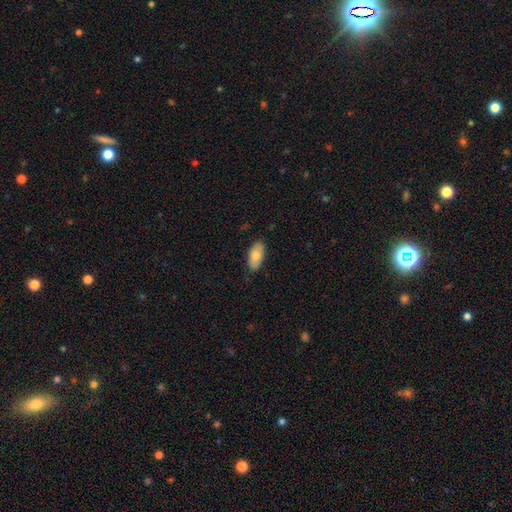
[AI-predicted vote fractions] smooth 79%, featured or disk 15%, star or artifact 6%. Down the decision tree: how rounded — in between (91%); merging — none (84%).